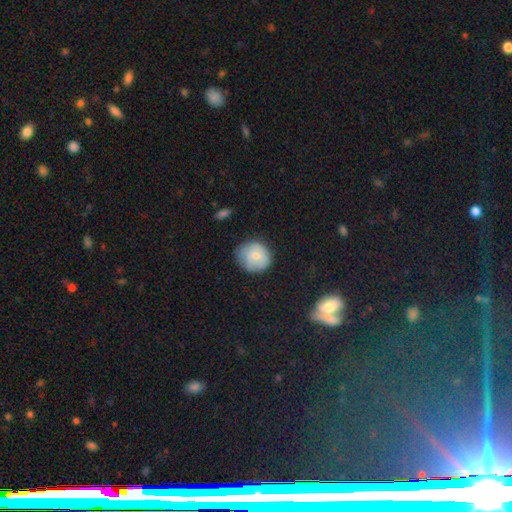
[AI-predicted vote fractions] Overall: smooth (73%). How rounded: round (87%). Merging: none (69%).